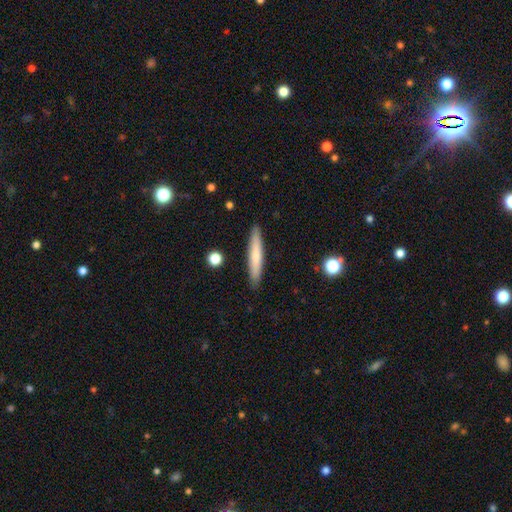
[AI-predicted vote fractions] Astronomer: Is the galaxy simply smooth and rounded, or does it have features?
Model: smooth — 71%.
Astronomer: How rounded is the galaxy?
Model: cigar-shaped — 93%.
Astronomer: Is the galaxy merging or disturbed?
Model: none — 90%.